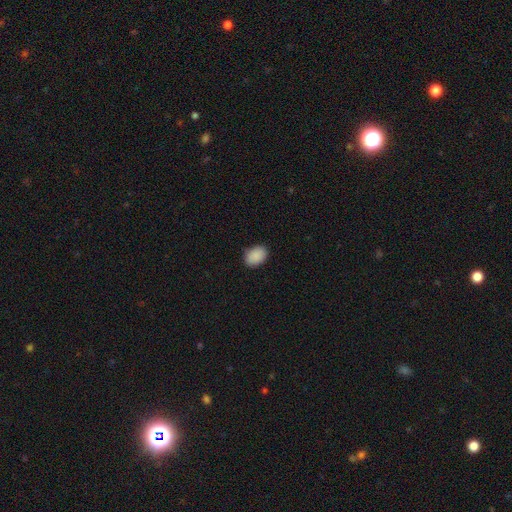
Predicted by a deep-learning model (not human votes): Smooth or featured: smooth — 90% (star or artifact — 7%)
How rounded: in between — 79% (round — 20%)
Merging: none — 84% (minor disturbance — 12%)